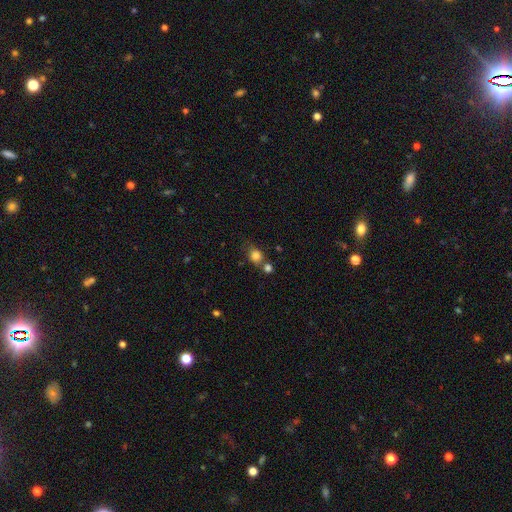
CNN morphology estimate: smooth 82%, star or artifact 11%, featured or disk 7%. Down the decision tree: how rounded — round (60%); merging — none (54%).